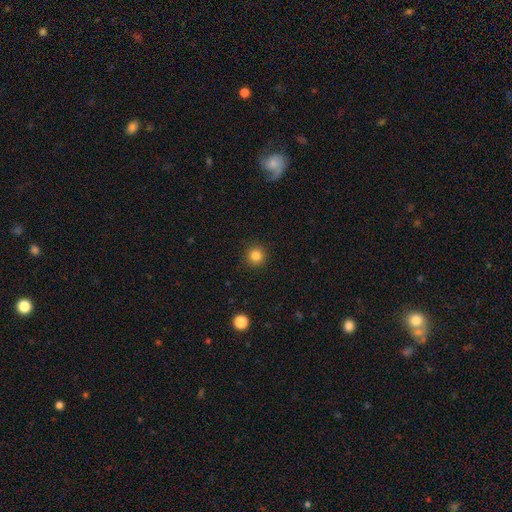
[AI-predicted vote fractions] A smooth galaxy with no disk features (83%) that is round (94%). Merging: none (92%).